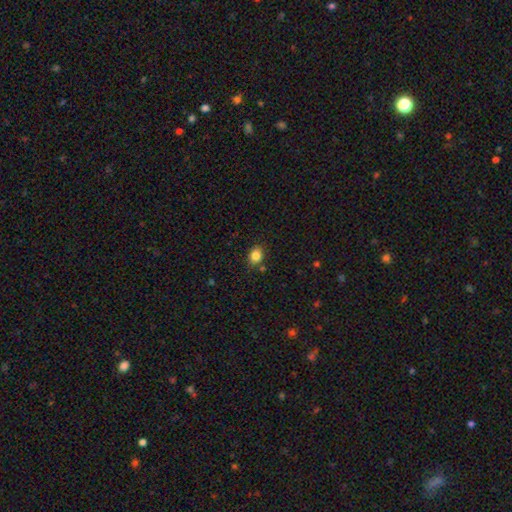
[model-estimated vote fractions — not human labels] Smooth or featured: smooth — 83% (star or artifact — 11%)
How rounded: in between — 50% (round — 49%)
Merging: none — 80% (minor disturbance — 13%)